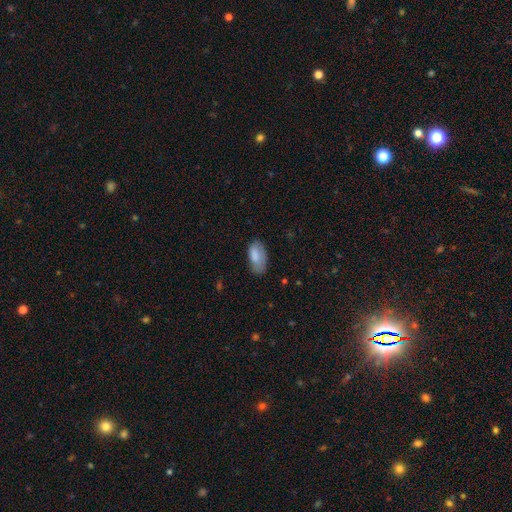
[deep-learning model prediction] smooth-or-featured: smooth: 81% | featured or disk: 12% | star or artifact: 7%
  how-rounded: in between: 93% | cigar-shaped: 4% | round: 3%
  merging: none: 57% | minor disturbance: 31% | major disturbance: 10% | merger: 2%